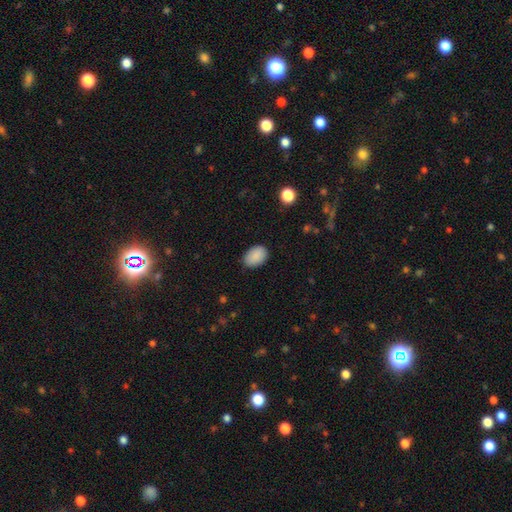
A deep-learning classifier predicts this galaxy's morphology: This appears to be a smooth galaxy with no disk features (89%) that is in between round and cigar-shaped (86%). Merging: none (85%).